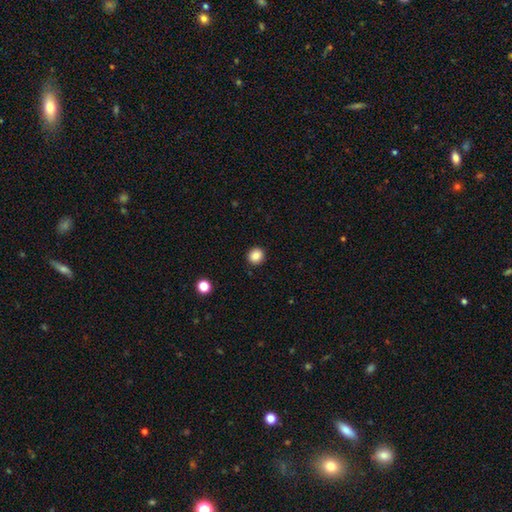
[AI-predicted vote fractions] A smooth galaxy with no disk features (87%) that is round (88%).

Vote fractions:
- Smooth or featured? smooth: 87% / star or artifact: 10% / featured or disk: 3%
- How rounded? round: 88% / in between: 12% / cigar-shaped: 1%
- Merging? none: 92% / minor disturbance: 5% / major disturbance: 2% / merger: 1%